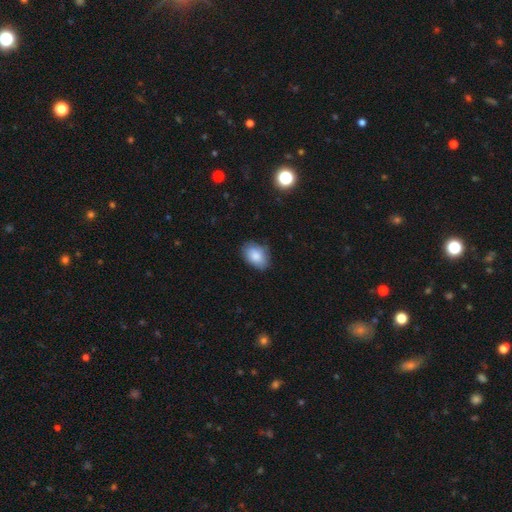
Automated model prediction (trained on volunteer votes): Smooth or featured? smooth (85%)
How rounded? in between (84%)
Merging? none (77%)